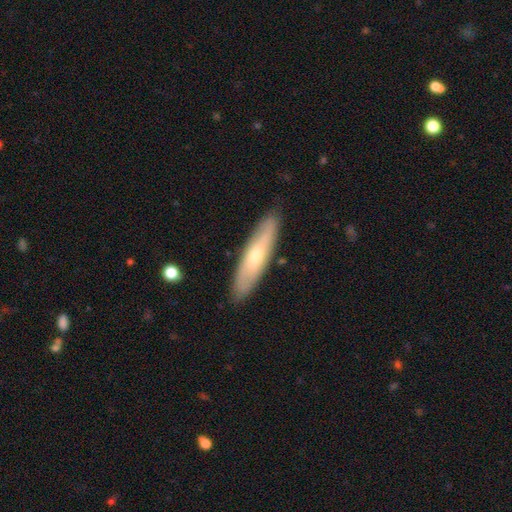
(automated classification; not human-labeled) smooth 52%, featured or disk 42%, star or artifact 6%. Down the decision tree: how rounded — cigar-shaped (74%); merging — none (86%).